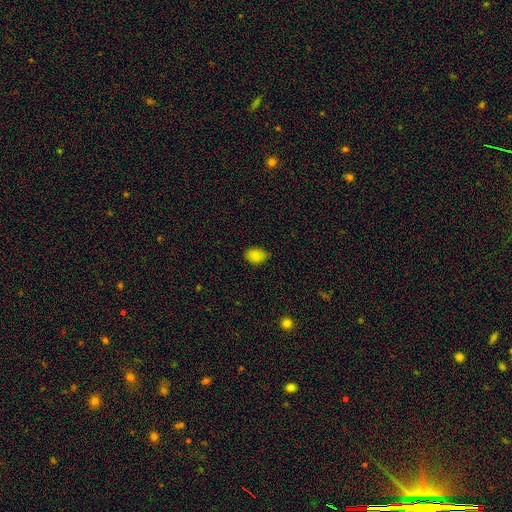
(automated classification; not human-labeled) This is clearly a smooth galaxy (85%). How rounded: likely in between (78%). Merging: likely none (76%).